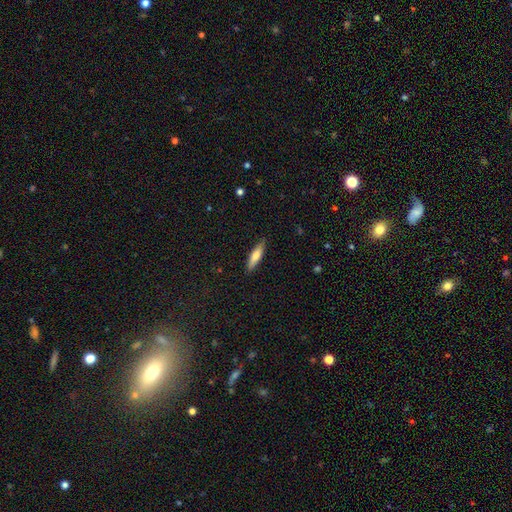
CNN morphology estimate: smooth_or_featured: smooth (p=0.60) [alt: featured or disk p=0.34]
how_rounded: cigar-shaped (p=0.74) [alt: in between p=0.24]
merging: none (p=0.88) [alt: minor disturbance p=0.09]